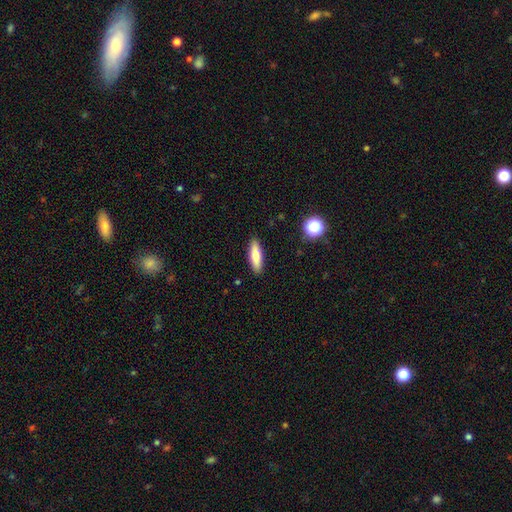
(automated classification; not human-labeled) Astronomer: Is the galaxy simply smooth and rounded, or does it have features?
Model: smooth — 74%.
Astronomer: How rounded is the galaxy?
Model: cigar-shaped — 57% (runner-up: in between, 41%).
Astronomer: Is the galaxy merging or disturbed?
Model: none — 90%.